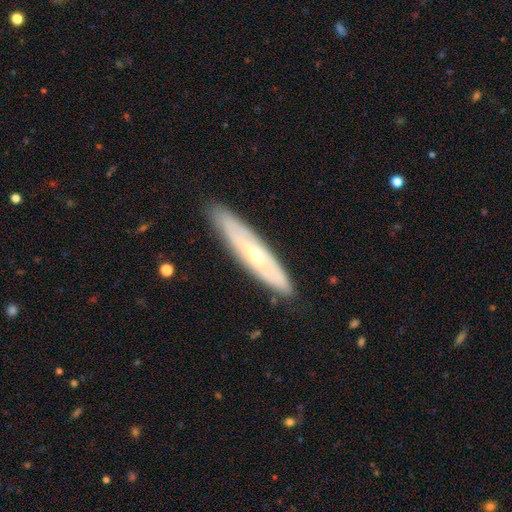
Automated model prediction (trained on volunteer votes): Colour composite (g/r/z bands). It shows a featured or disk galaxy (64%) viewed edge-on (51%). Merging: none (86%).